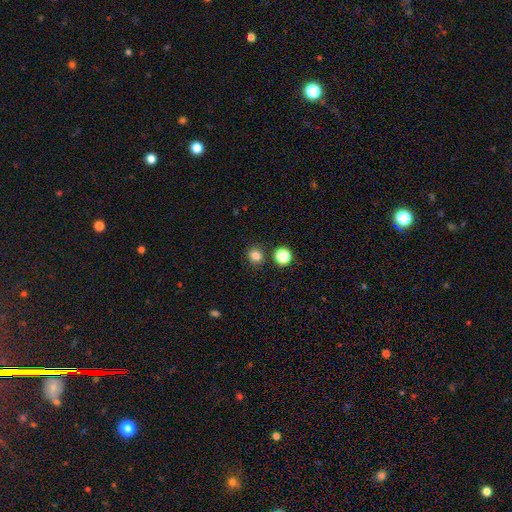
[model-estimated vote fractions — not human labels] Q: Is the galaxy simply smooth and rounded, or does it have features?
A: smooth — 82%.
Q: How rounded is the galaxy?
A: round — 80%.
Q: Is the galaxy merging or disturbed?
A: none — 82%.